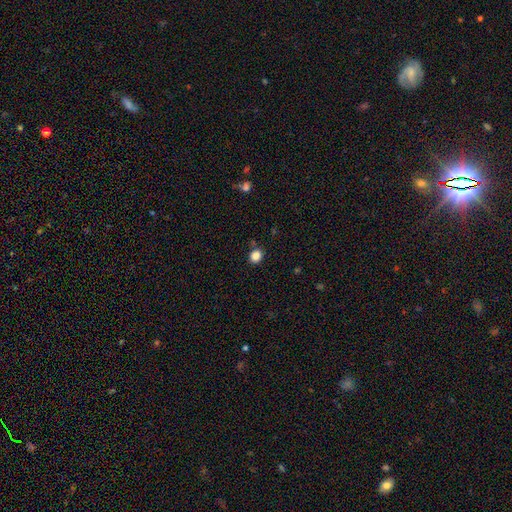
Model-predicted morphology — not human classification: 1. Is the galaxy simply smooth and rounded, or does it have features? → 85% smooth, 11% star or artifact, 4% featured or disk.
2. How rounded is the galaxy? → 61% round, 38% in between, 1% cigar-shaped.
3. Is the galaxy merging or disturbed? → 84% none, 10% minor disturbance, 4% merger, 3% major disturbance.